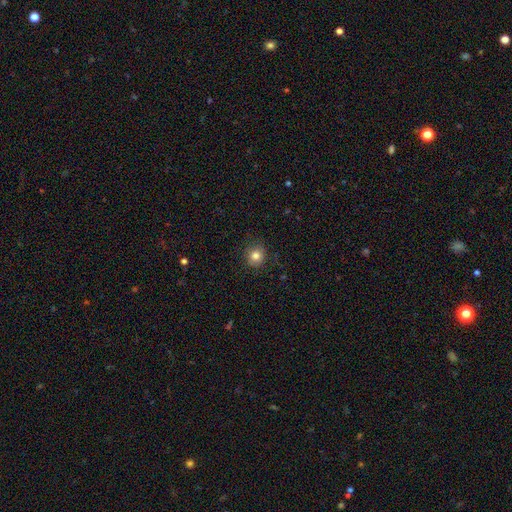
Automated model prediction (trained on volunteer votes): smooth-or-featured: smooth: 83% | star or artifact: 11% | featured or disk: 7%
  how-rounded: round: 86% | in between: 13% | cigar-shaped: 1%
  merging: none: 84% | minor disturbance: 11% | major disturbance: 3% | merger: 1%